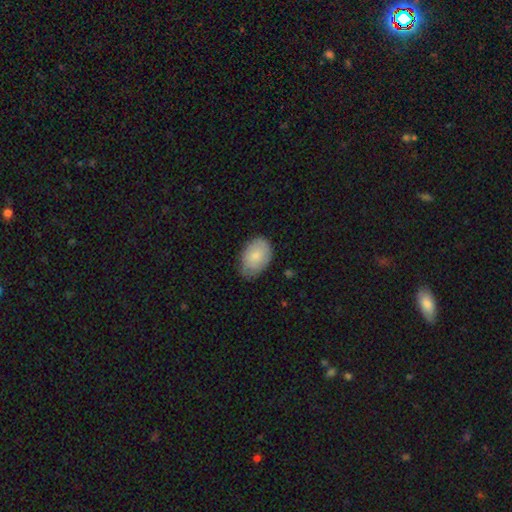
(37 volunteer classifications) Overall: smooth (89%). How rounded: in between (79%). Merging: none (53%; minor disturbance 33%).